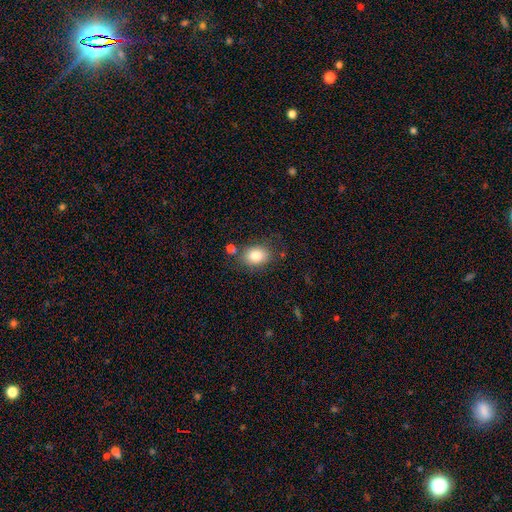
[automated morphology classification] Smooth or featured? Predicted: smooth (p=0.82). How rounded? Predicted: in between (p=0.69). Merging? Predicted: none (p=0.71).